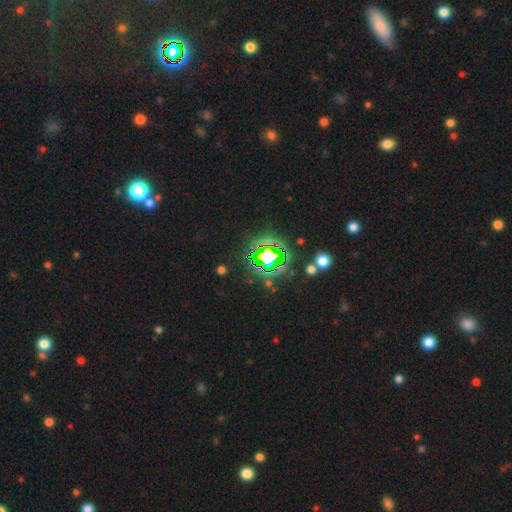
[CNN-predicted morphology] Overall: star or artifact (77%).